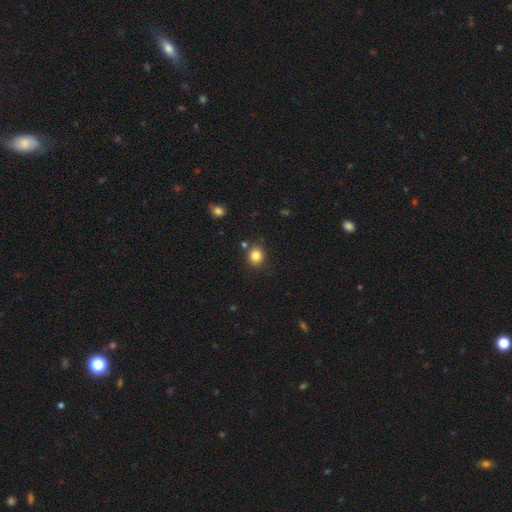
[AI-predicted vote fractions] Morphology: type=smooth (83%); roundness=round (74%); merging=none (83%).